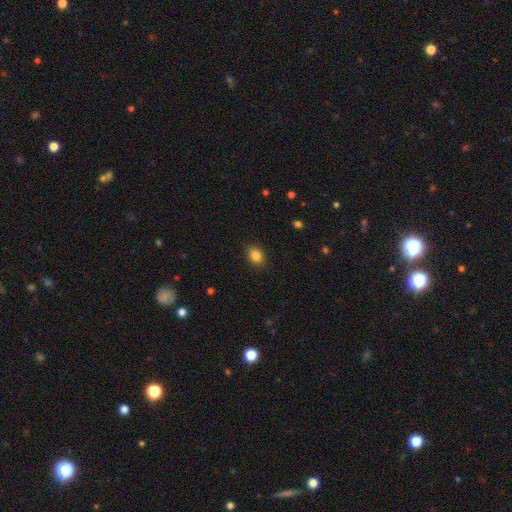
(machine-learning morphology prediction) smooth_or_featured: smooth (p=0.84) [alt: star or artifact p=0.10]
how_rounded: in between (p=0.70) [alt: round p=0.29]
merging: none (p=0.87) [alt: minor disturbance p=0.09]